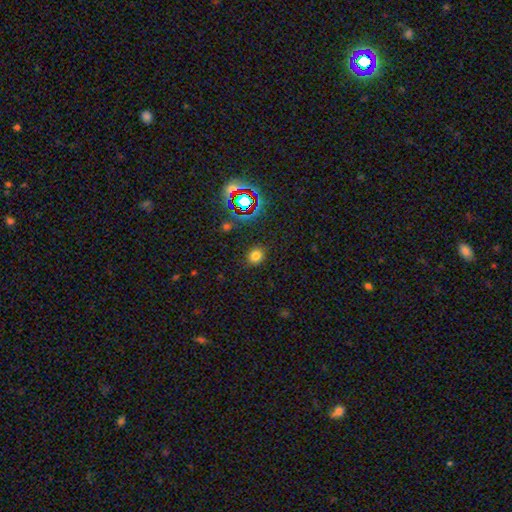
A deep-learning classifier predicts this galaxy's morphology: This appears to be a smooth galaxy with no disk features (74%) that is round (75%). Merging: none (86%).